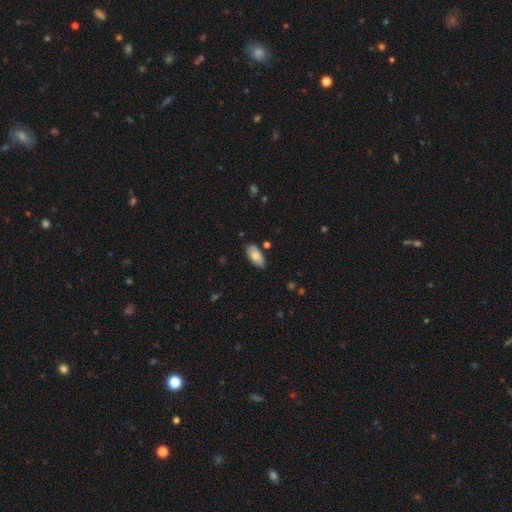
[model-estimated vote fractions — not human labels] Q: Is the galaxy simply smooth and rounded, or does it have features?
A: smooth — 83%.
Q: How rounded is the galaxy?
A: in between — 90%.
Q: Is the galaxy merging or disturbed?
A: none — 83%.